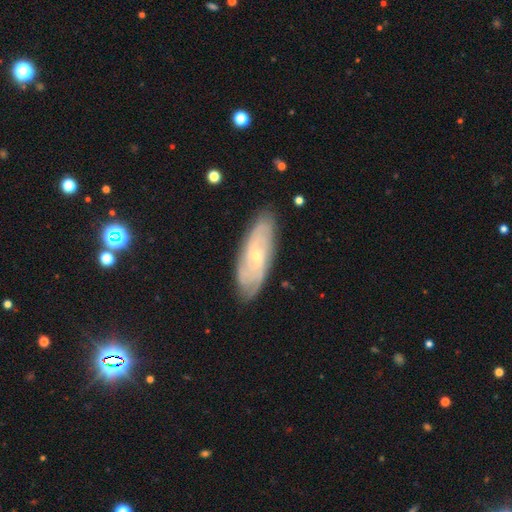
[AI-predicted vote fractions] Smooth or featured?
  - featured or disk: 72% *
  - smooth: 21%
  - star or artifact: 7%
Edge-on disk?
  - no: 86% *
  - yes: 14%
Bar?
  - no: 62% *
  - weak: 32%
  - strong: 6%
Spiral arms?
  - yes: 89% *
  - no: 11%
Spiral winding?
  - tight: 61% *
  - medium: 30%
  - loose: 10%
Spiral arm count?
  - can't tell: 52% *
  - 2: 16%
  - 4: 11%
  - 3: 11%
  - more than 4: 6%
  - 1: 4%
Bulge size?
  - small: 78% *
  - moderate: 19%
  - none: 2%
  - large: 1%
  - dominant: 1%
Merging?
  - none: 82% *
  - minor disturbance: 14%
  - major disturbance: 3%
  - merger: 1%